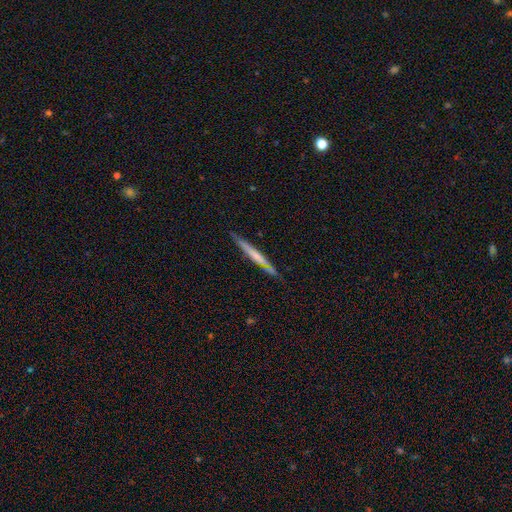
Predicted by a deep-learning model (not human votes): This appears to be a featured or disk galaxy (48%). Merging: none (77%).